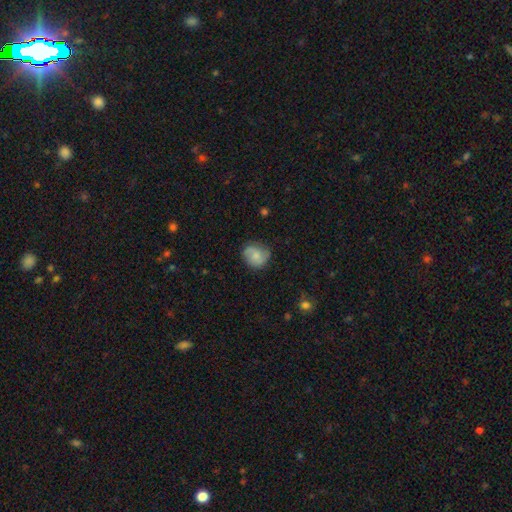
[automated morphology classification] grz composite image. It shows a smooth galaxy with no disk features (51%) that is round (76%). Merging: none (73%).